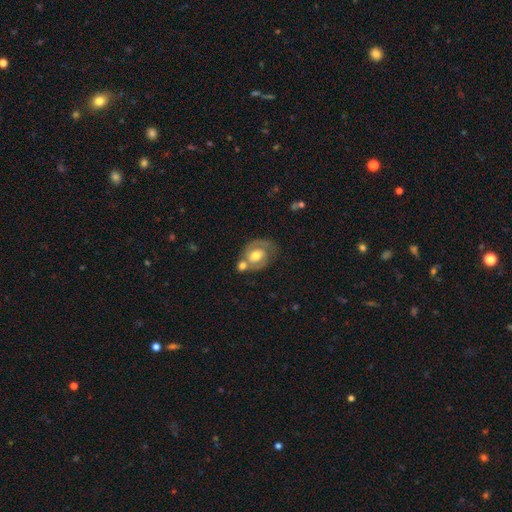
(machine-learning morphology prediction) smooth_or_featured: featured or disk (p=0.67) [alt: smooth p=0.27]
disk_edge_on: no (p=0.97) [alt: yes p=0.03]
bar: no (p=0.62) [alt: weak p=0.30]
has_spiral_arms: yes (p=0.80) [alt: no p=0.20]
spiral_winding: tight (p=0.45) [alt: medium p=0.41]
spiral_arm_count: 2 (p=0.68) [alt: 1 p=0.18]
bulge_size: moderate (p=0.70) [alt: large p=0.16]
merging: none (p=0.45) [alt: merger p=0.28]